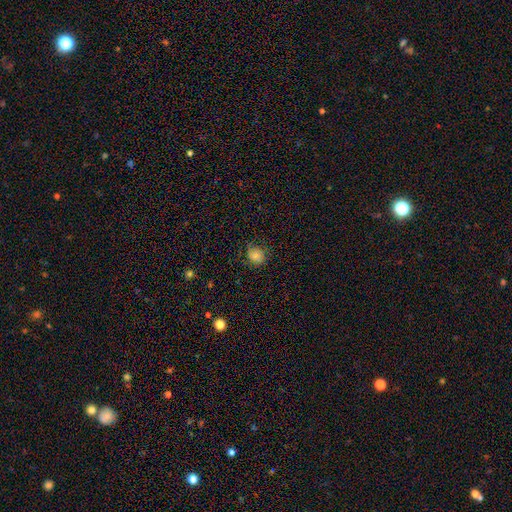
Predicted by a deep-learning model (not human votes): Smooth or featured? Predicted: smooth (p=0.79). How rounded? Predicted: round (p=0.71). Merging? Predicted: none (p=0.71).